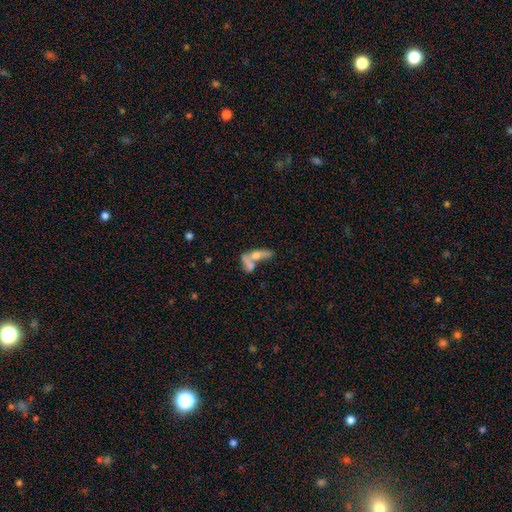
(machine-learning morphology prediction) type=smooth (54%); roundness=in between (55%); merging=merger (60%).